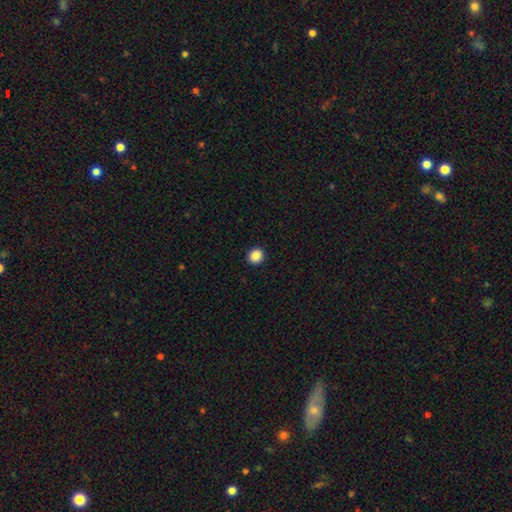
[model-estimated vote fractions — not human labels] Smooth or featured: smooth — 88% (star or artifact — 9%)
How rounded: round — 86% (in between — 13%)
Merging: none — 93% (minor disturbance — 5%)